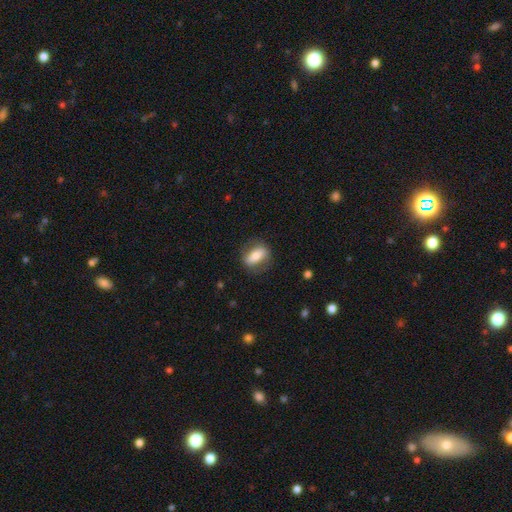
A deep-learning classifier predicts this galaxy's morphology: This is likely a smooth galaxy (62%). How rounded: likely in between (76%). Merging: likely none (76%).